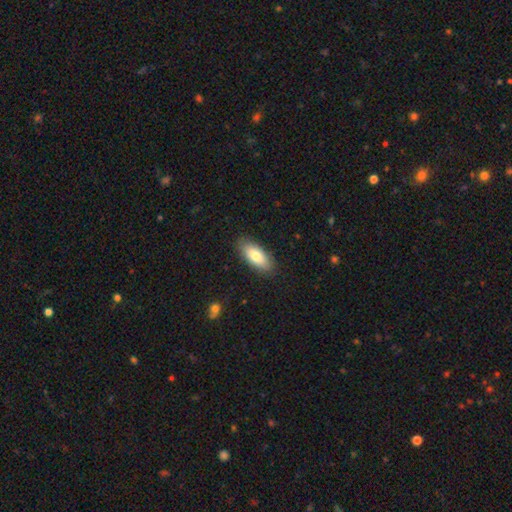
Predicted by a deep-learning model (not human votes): A smooth galaxy with no disk features (80%) that is in between round and cigar-shaped (87%). Merging: none (86%).